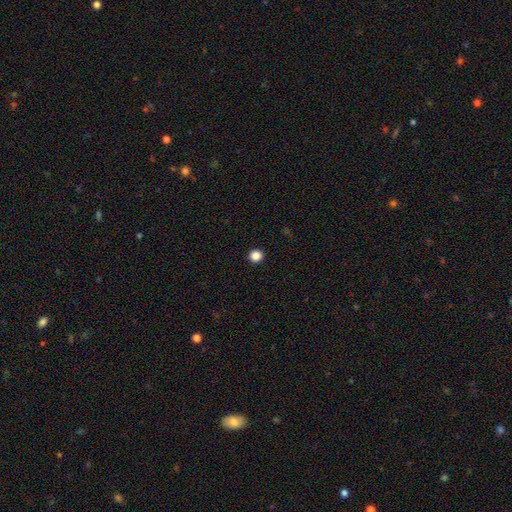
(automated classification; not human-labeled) A smooth galaxy with no disk features (86%) that is round (94%). Merging: none (94%).